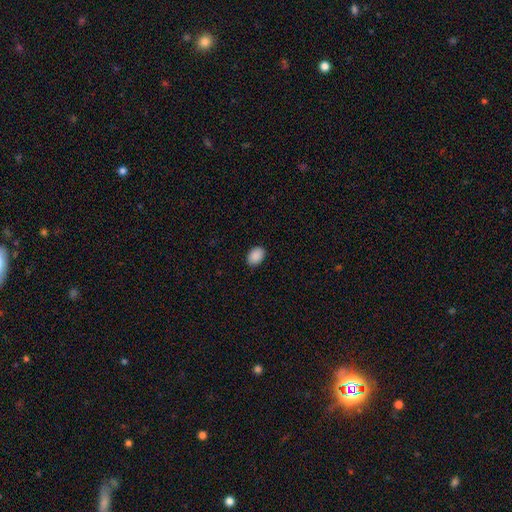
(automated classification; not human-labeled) smooth_or_featured: smooth (p=0.90) [alt: star or artifact p=0.07]
how_rounded: in between (p=0.79) [alt: round p=0.20]
merging: none (p=0.88) [alt: minor disturbance p=0.09]